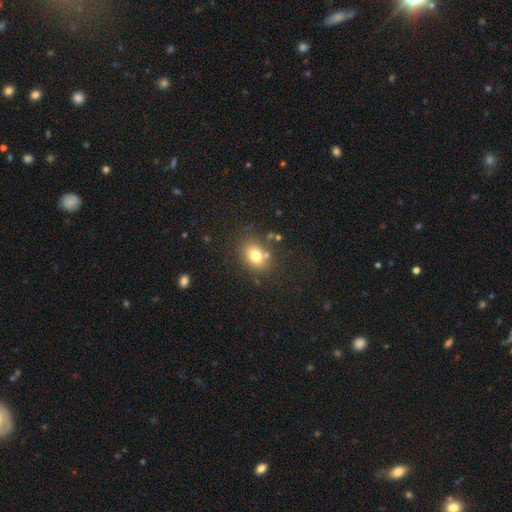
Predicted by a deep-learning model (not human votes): Smooth or featured?
  - smooth: 76% *
  - star or artifact: 12%
  - featured or disk: 12%
How rounded?
  - in between: 51% *
  - round: 48%
  - cigar-shaped: 1%
Merging?
  - none: 75% *
  - minor disturbance: 13%
  - merger: 7%
  - major disturbance: 5%